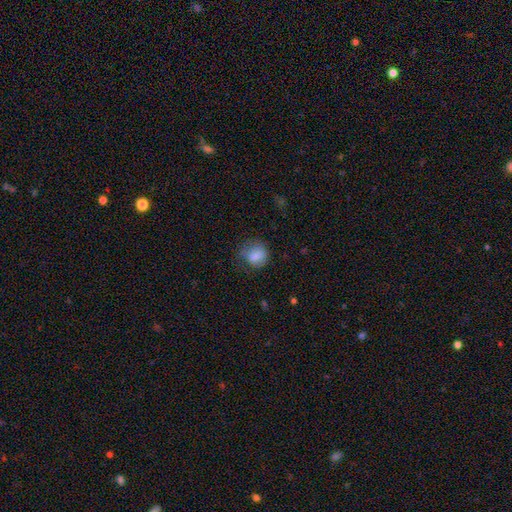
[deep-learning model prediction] This is likely a smooth galaxy (79%). How rounded: likely round (70%). Merging: possibly none (55%).